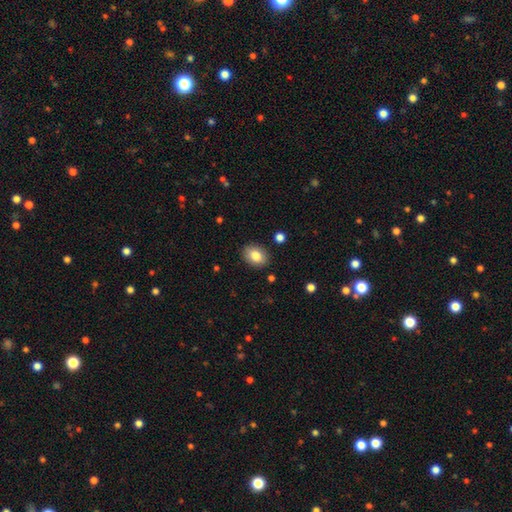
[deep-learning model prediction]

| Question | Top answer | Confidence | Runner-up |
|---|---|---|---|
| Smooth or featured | smooth | 83% | featured or disk (9%) |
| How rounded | in between | 68% | round (31%) |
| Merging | none | 88% | minor disturbance (9%) |